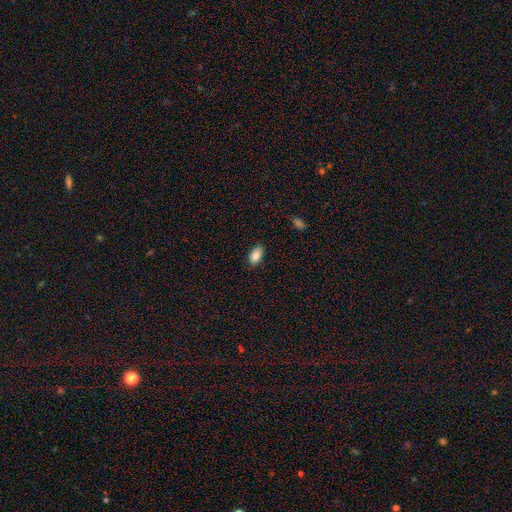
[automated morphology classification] Smooth or featured: smooth — 88% (star or artifact — 8%)
How rounded: in between — 92% (round — 6%)
Merging: none — 85% (minor disturbance — 12%)